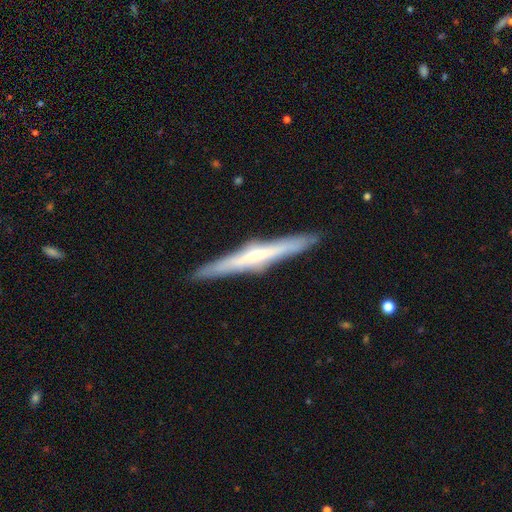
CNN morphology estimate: This is likely a featured or disk galaxy (64%). It is clearly viewed edge-on (96%). Edge-on bulge: possibly rounded (48%). Merging: clearly none (90%).